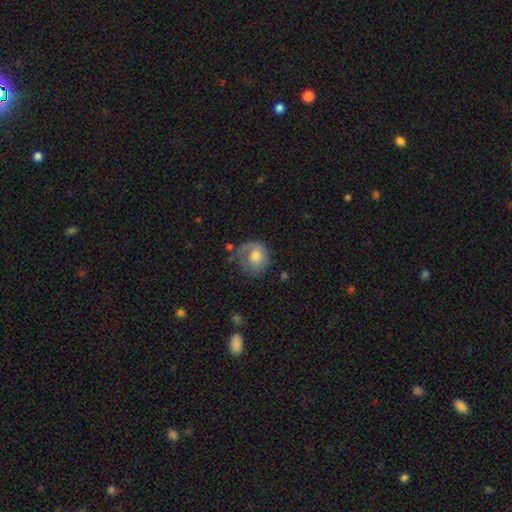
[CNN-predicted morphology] Smooth or featured: smooth — 59% (featured or disk — 33%)
How rounded: round — 78% (in between — 21%)
Merging: none — 49% (minor disturbance — 26%)